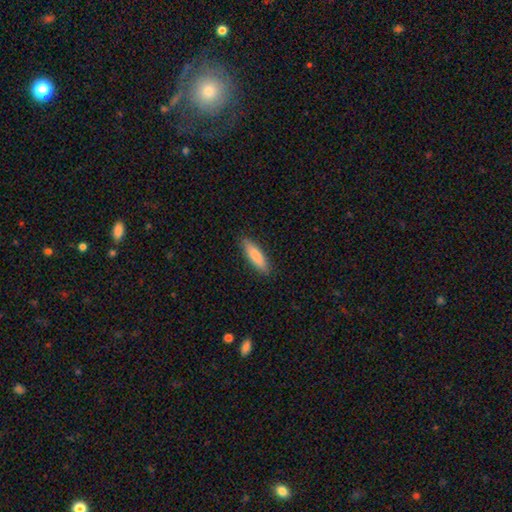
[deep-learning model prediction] smooth 84%, featured or disk 10%, star or artifact 6%. Down the decision tree: how rounded — cigar-shaped (63%); merging — none (88%).